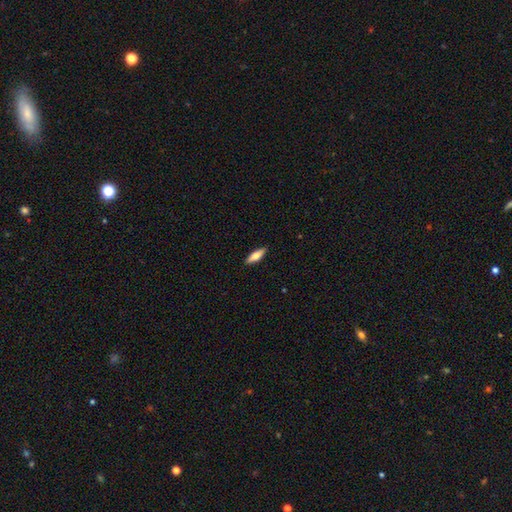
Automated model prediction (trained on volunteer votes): Smooth or featured: smooth — 64% (featured or disk — 30%)
How rounded: cigar-shaped — 52% (in between — 46%)
Merging: none — 90% (minor disturbance — 7%)